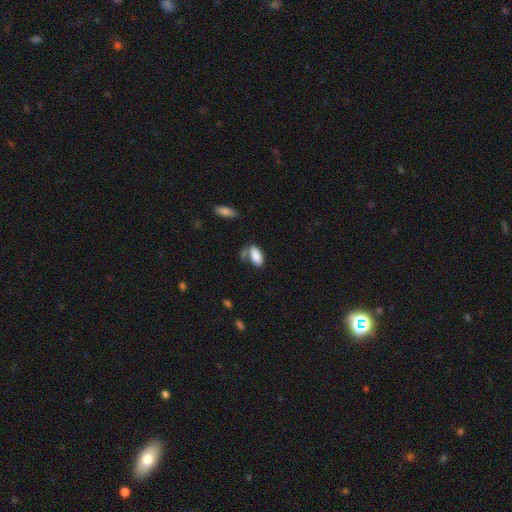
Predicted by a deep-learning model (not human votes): Morphology: type=smooth (86%); roundness=in between (92%); merging=none (57%).